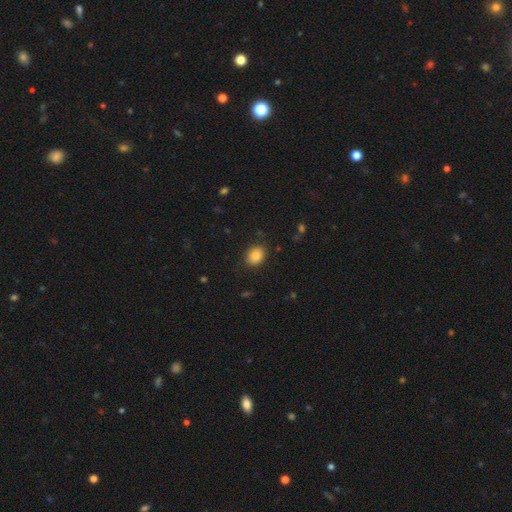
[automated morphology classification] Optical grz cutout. It shows a smooth galaxy with no disk features (84%) that is in between round and cigar-shaped (60%). Merging: none (85%).